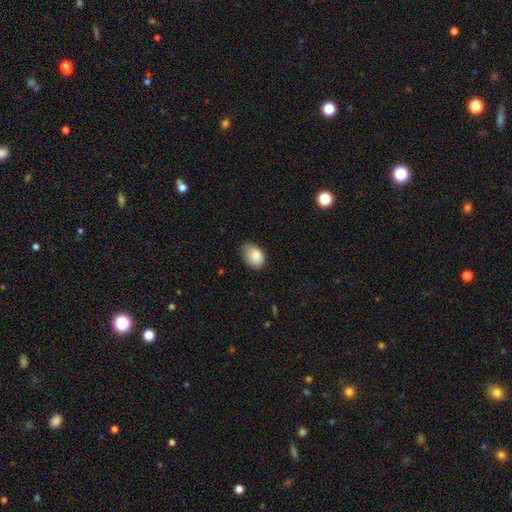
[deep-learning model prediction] Overall: smooth (84%). How rounded: in between (80%). Merging: none (60%; minor disturbance 33%).